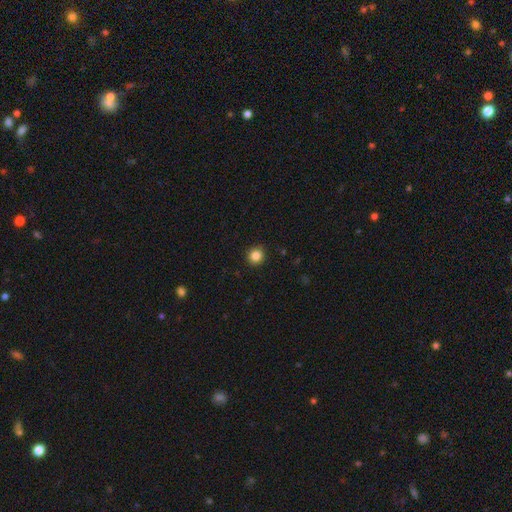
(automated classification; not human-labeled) Morphology: type=smooth (86%); roundness=round (93%); merging=none (92%).